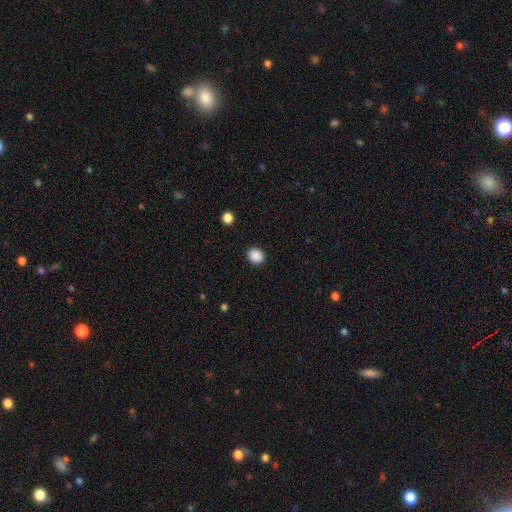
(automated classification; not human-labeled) A smooth galaxy with no disk features (89%) that is round (73%).

Vote fractions:
- Smooth or featured? smooth: 89% / star or artifact: 9% / featured or disk: 2%
- How rounded? round: 73% / in between: 27% / cigar-shaped: 1%
- Merging? none: 91% / minor disturbance: 6% / major disturbance: 2% / merger: 1%